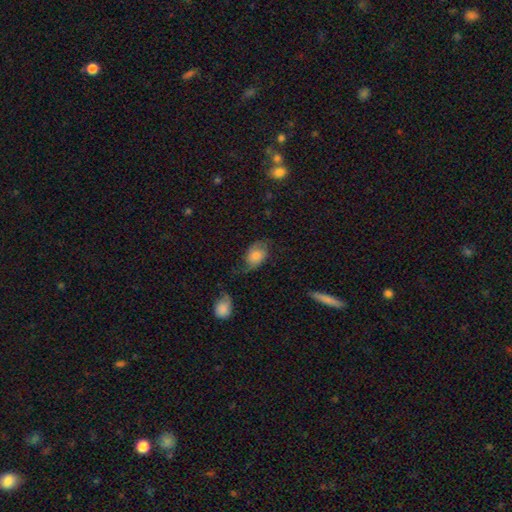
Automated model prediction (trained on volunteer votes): Smooth or featured? smooth (64%)
How rounded? in between (72%)
Merging? none (48%)